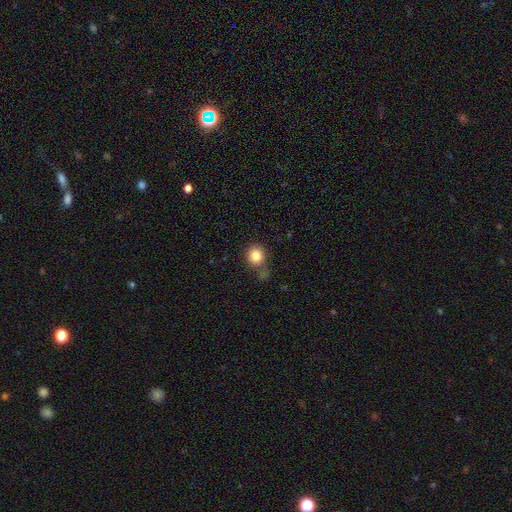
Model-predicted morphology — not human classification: The model was most divided on "merging": none: 66%, minor disturbance: 17%, merger: 11%, major disturbance: 6%. More confident: smooth or featured — smooth (84%); how rounded — round (81%).